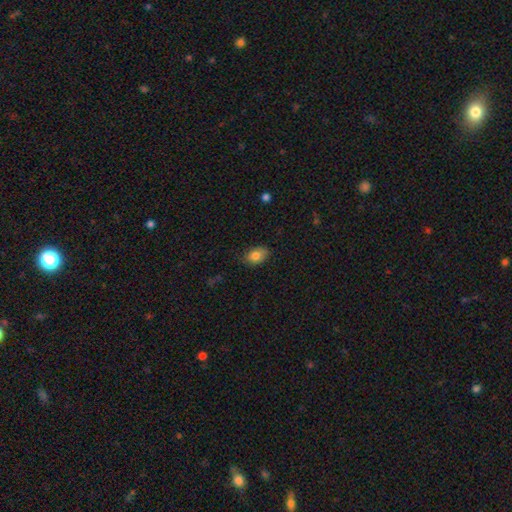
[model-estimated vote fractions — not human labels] A smooth galaxy with no disk features (83%) that is in between round and cigar-shaped (82%). Merging: none (81%).